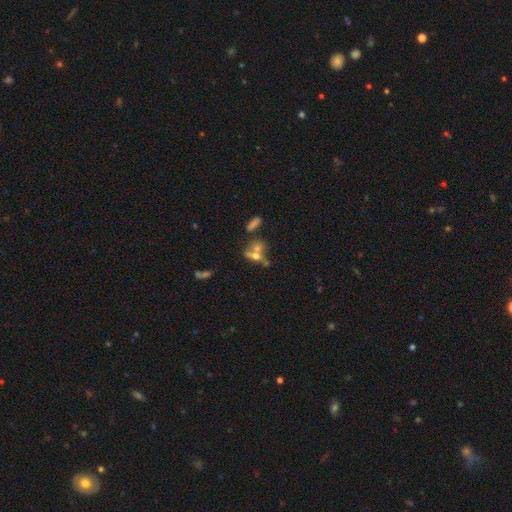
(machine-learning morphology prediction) Overall: smooth (47%; featured or disk 37%). Merging: merger (44%; none 36%).